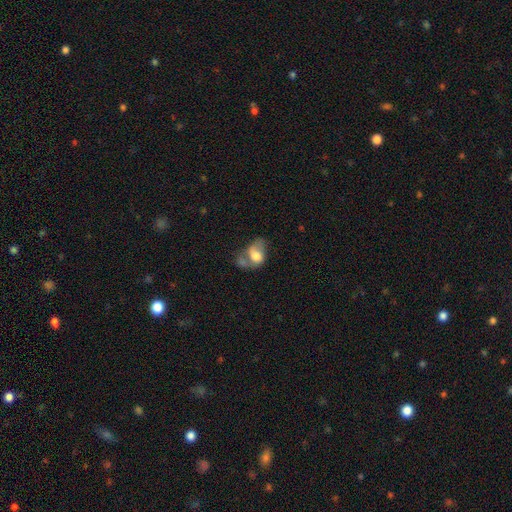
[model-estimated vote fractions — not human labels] smooth 57%, featured or disk 34%, star or artifact 9%. Down the decision tree: how rounded — in between (73%); merging — merger (40%).